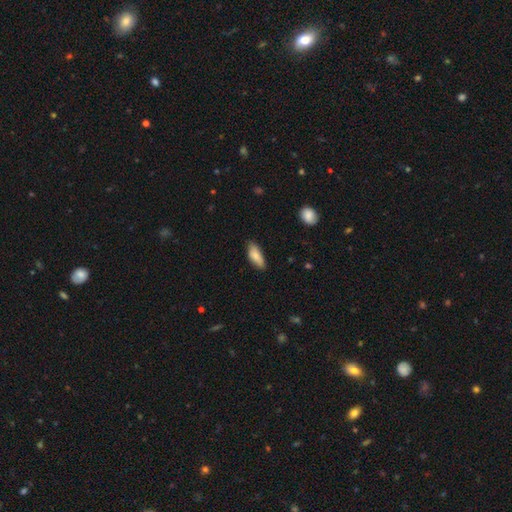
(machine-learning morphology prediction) smooth_or_featured: smooth (p=0.82) [alt: featured or disk p=0.11]
how_rounded: in between (p=0.71) [alt: cigar-shaped p=0.27]
merging: none (p=0.76) [alt: minor disturbance p=0.19]